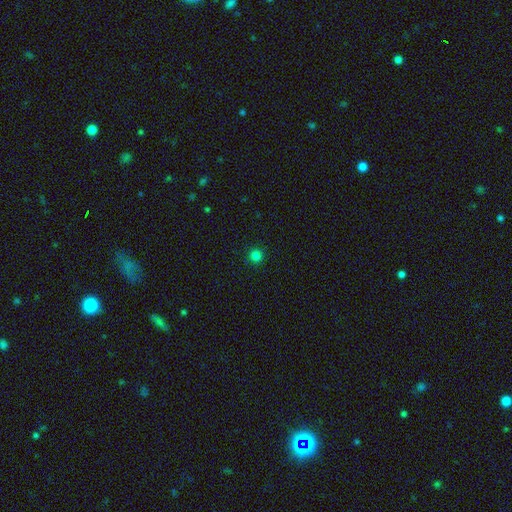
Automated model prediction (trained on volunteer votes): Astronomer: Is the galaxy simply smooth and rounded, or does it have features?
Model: smooth — 82%.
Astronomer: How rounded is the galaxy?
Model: round — 96%.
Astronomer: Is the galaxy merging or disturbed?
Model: none — 93%.